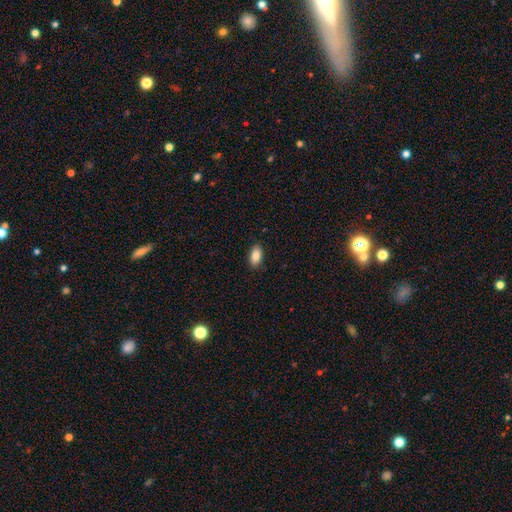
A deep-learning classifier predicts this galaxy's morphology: This is clearly a smooth galaxy (87%). How rounded: clearly in between (93%). Merging: clearly none (88%).